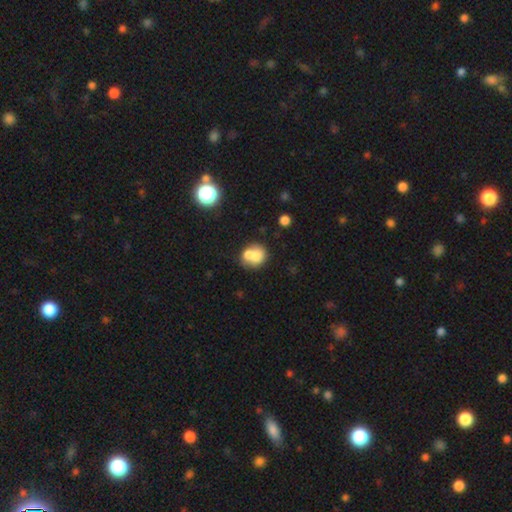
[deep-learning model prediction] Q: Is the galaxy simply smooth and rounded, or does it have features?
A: smooth — 71%.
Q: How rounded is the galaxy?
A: round — 69%.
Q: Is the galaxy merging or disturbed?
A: merger — 52%.